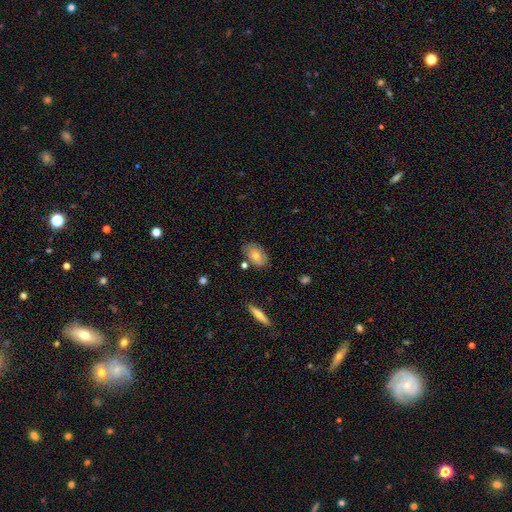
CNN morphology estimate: A smooth galaxy with no disk features (63%) that is in between round and cigar-shaped (87%). Merging: none (77%).